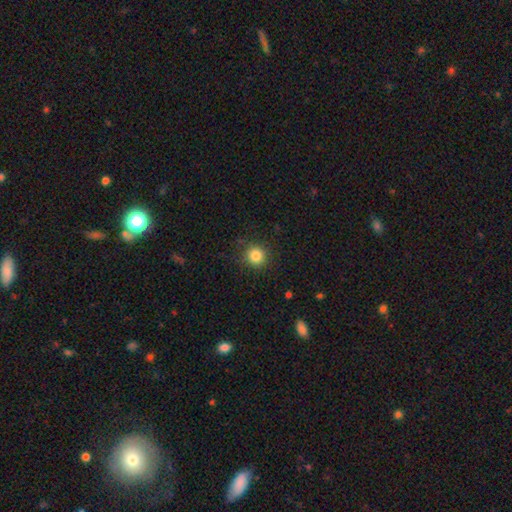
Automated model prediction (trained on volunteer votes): The model was most divided on "smooth or featured": smooth: 84%, star or artifact: 11%, featured or disk: 5%. More confident: how rounded — round (92%); merging — none (88%).